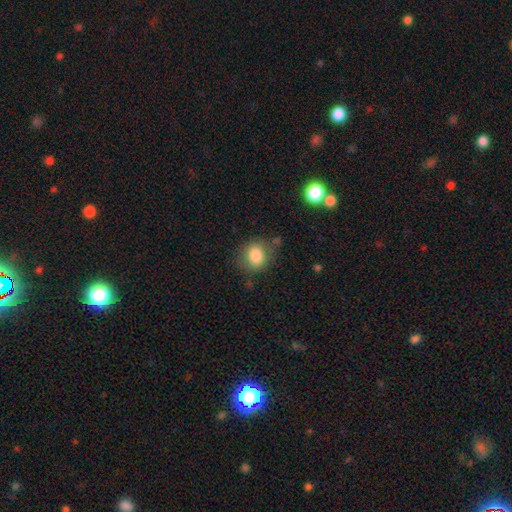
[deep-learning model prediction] This is clearly a smooth galaxy (82%). How rounded: likely round (65%). Merging: likely none (71%).